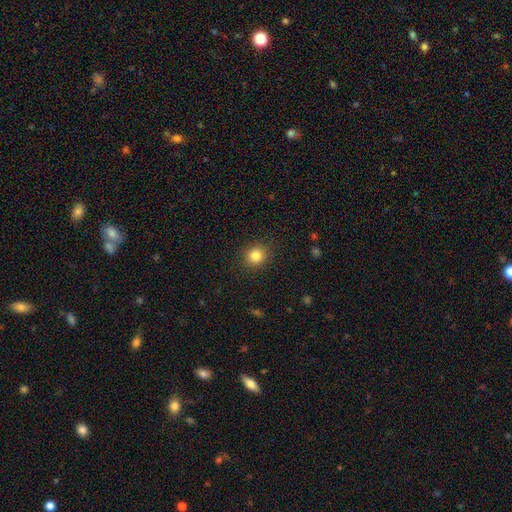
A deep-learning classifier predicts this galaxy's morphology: type=smooth (83%); roundness=round (86%); merging=none (90%).